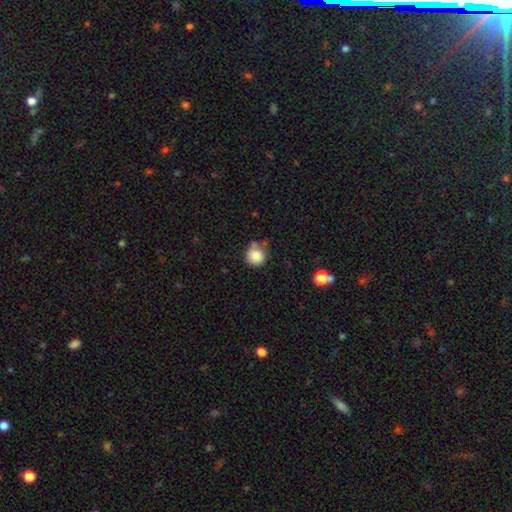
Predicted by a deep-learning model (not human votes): Overall: smooth (85%). How rounded: round (92%). Merging: none (65%).